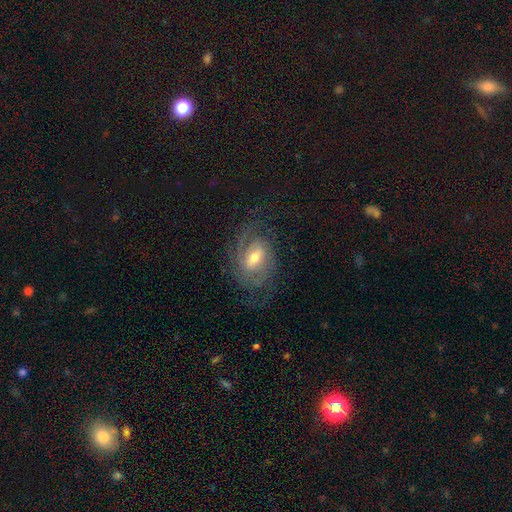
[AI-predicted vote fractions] Smooth or featured: featured or disk — 82% (smooth — 11%)
Edge-on disk: no — 96% (yes — 4%)
Bar: weak — 51% (no — 28%)
Spiral arms: yes — 94% (no — 6%)
Spiral winding: medium — 43% (tight — 40%)
Spiral arm count: 2 — 51% (can't tell — 20%)
Bulge size: moderate — 60% (small — 33%)
Merging: none — 68% (minor disturbance — 17%)